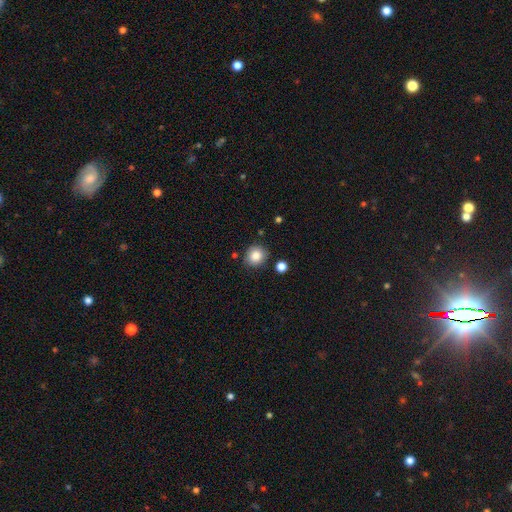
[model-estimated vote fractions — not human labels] smooth 85%, star or artifact 10%, featured or disk 6%. Down the decision tree: how rounded — round (86%); merging — none (84%).